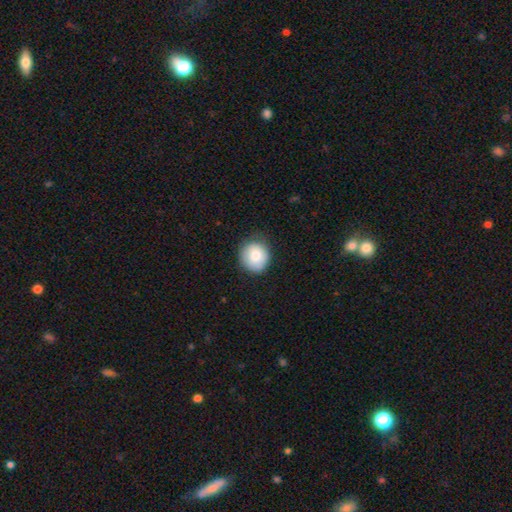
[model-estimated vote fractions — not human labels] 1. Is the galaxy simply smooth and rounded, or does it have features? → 81% smooth, 12% featured or disk, 7% star or artifact.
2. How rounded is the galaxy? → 84% round, 16% in between, 1% cigar-shaped.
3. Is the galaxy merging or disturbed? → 78% none, 18% minor disturbance, 3% major disturbance, 1% merger.